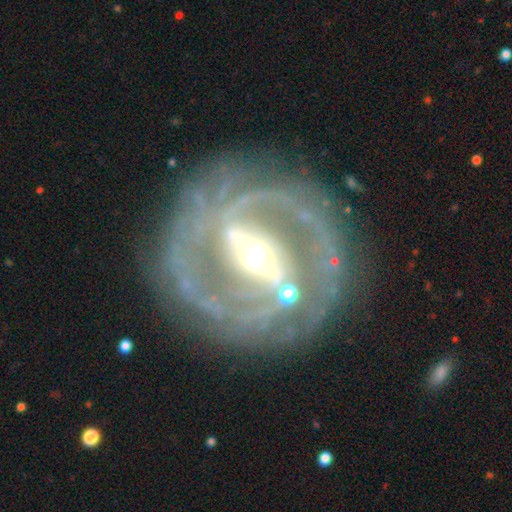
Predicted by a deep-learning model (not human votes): featured or disk 90%, star or artifact 5%, smooth 5%. Down the decision tree: edge-on disk — no (95%); bar — strong (70%); spiral arms — yes (95%); spiral arm count — 2 (62%); spiral winding — tight (57%); bulge size — moderate (60%); merging — none (80%).